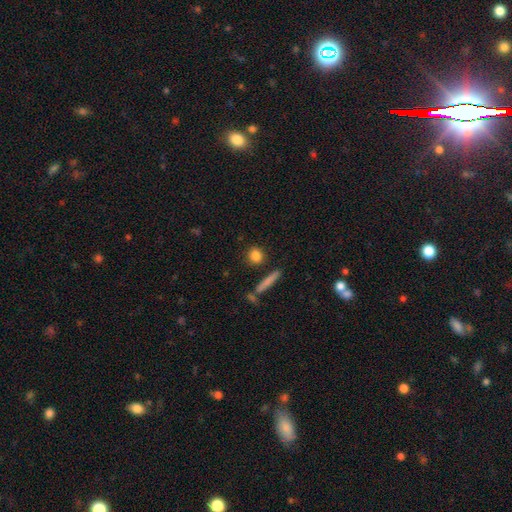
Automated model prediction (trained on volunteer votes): smooth 84%, star or artifact 9%, featured or disk 7%. Down the decision tree: how rounded — round (70%); merging — none (83%).